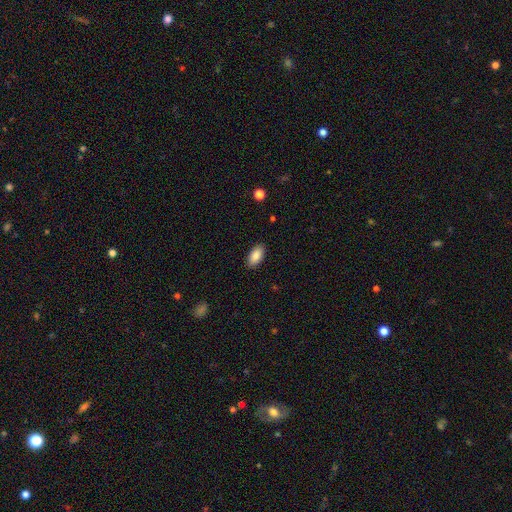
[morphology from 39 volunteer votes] Q: Smooth or featured?
A: smooth (90%); runner-up: star or artifact (8%)
Q: How rounded?
A: in between (94%); runner-up: round (3%)
Q: Merging?
A: none (97%); runner-up: minor disturbance (3%)